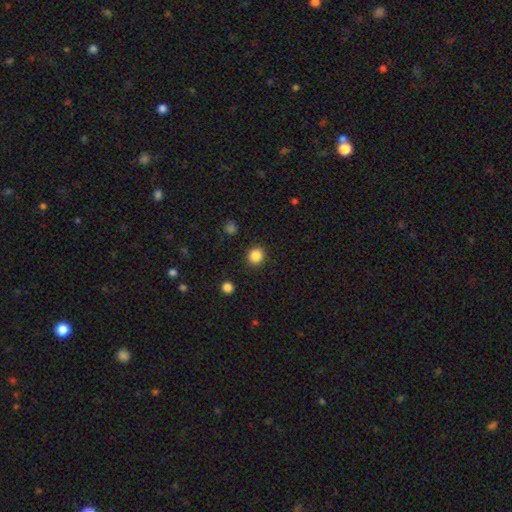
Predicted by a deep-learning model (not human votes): smooth 85%, star or artifact 11%, featured or disk 4%. Down the decision tree: how rounded — round (89%); merging — none (90%).